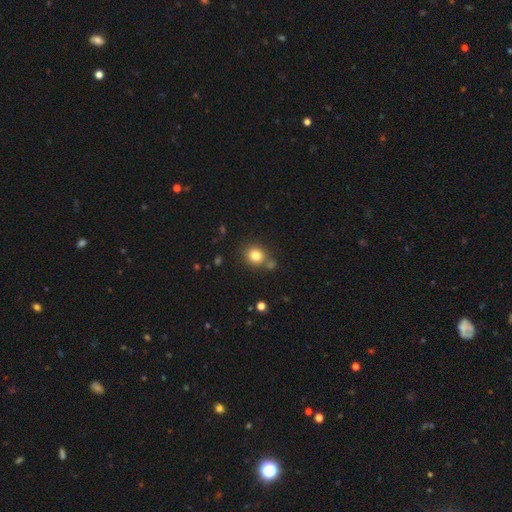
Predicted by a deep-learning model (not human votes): Smooth or featured? Predicted: smooth (p=0.81). How rounded? Predicted: round (p=0.78). Merging? Predicted: none (p=0.72).